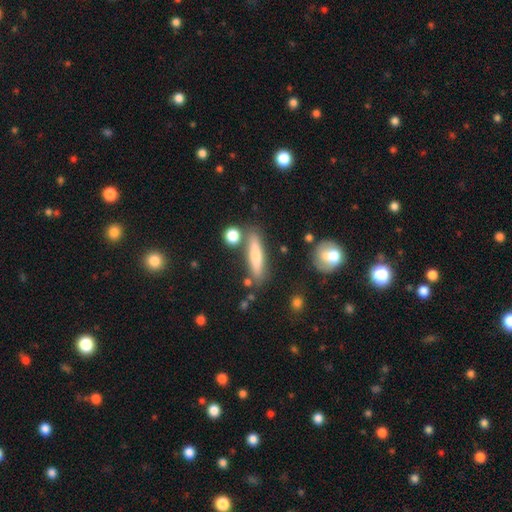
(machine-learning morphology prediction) Smooth or featured?
  - smooth: 65% *
  - featured or disk: 28%
  - star or artifact: 7%
How rounded?
  - cigar-shaped: 82% *
  - in between: 16%
  - round: 2%
Merging?
  - none: 77% *
  - minor disturbance: 12%
  - merger: 8%
  - major disturbance: 3%